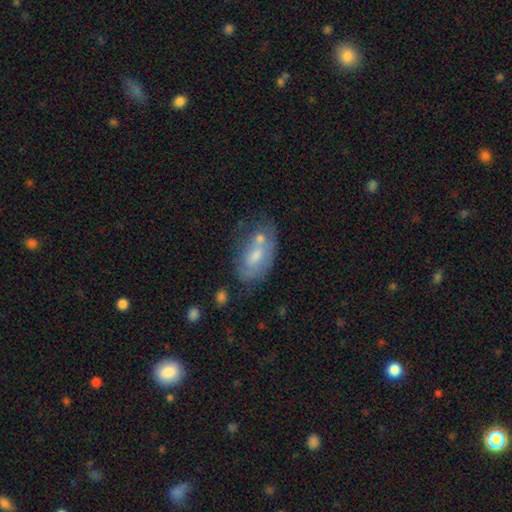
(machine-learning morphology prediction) A smooth galaxy with no disk features (51%) that is in between round and cigar-shaped (88%).

Vote fractions:
- Smooth or featured? smooth: 51% / featured or disk: 41% / star or artifact: 8%
- How rounded? in between: 88% / cigar-shaped: 6% / round: 5%
- Merging? none: 44% / minor disturbance: 25% / merger: 20% / major disturbance: 11%